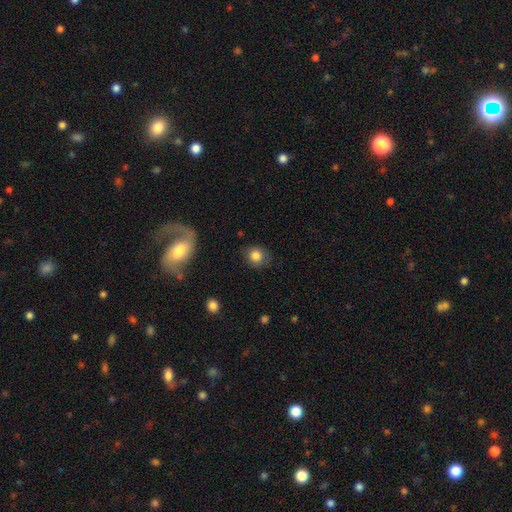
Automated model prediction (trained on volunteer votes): The model was most divided on "how rounded": round: 79%, in between: 20%, cigar-shaped: 1%. More confident: smooth or featured — smooth (83%); merging — none (78%).